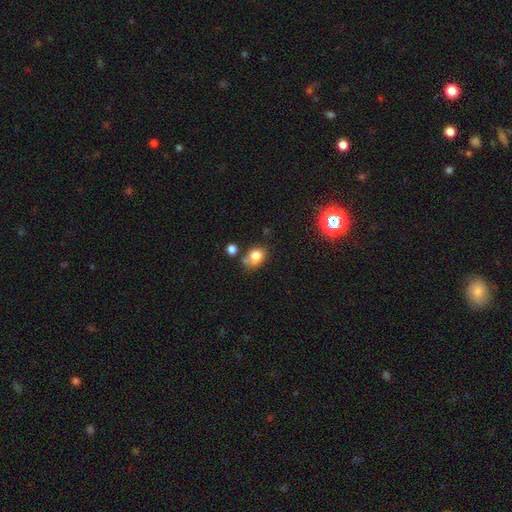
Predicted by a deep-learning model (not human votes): smooth 80%, star or artifact 11%, featured or disk 9%. Down the decision tree: how rounded — in between (57%); merging — none (52%).